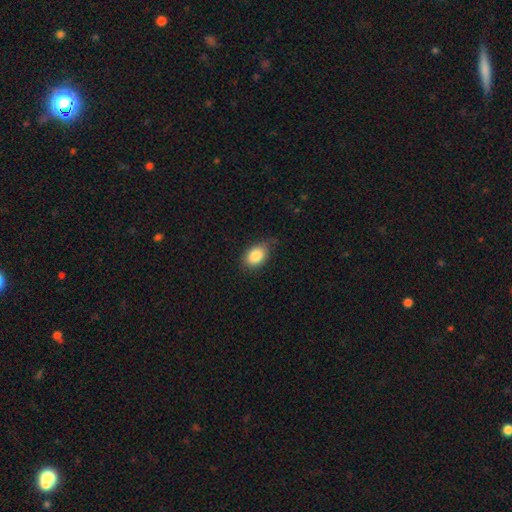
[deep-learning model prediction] smooth 85%, star or artifact 8%, featured or disk 7%. Down the decision tree: how rounded — in between (80%); merging — none (66%).